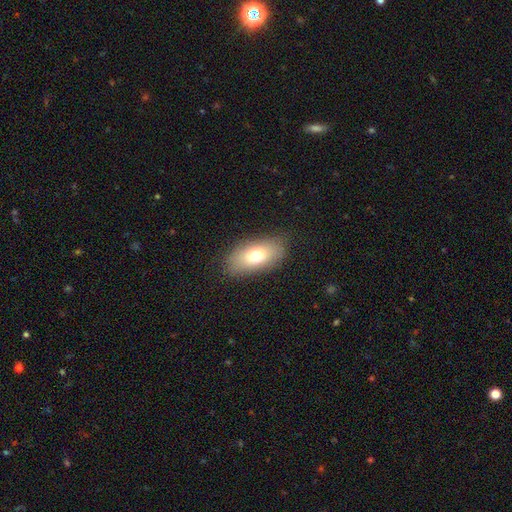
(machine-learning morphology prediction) A smooth galaxy with no disk features (72%) that is in between round and cigar-shaped (89%). Merging: none (84%).